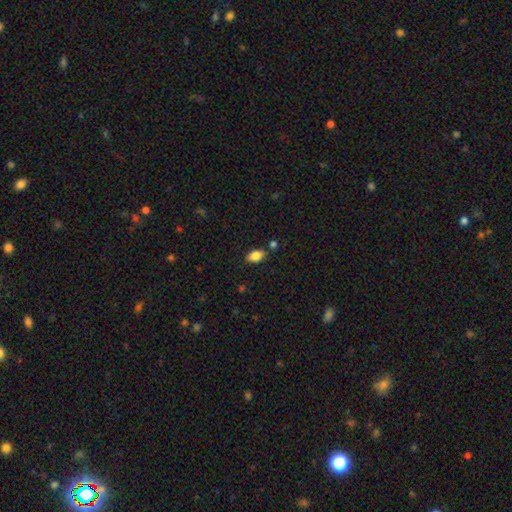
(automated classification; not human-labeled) Smooth or featured? Predicted: smooth (p=0.84). How rounded? Predicted: in between (p=0.90). Merging? Predicted: none (p=0.80).